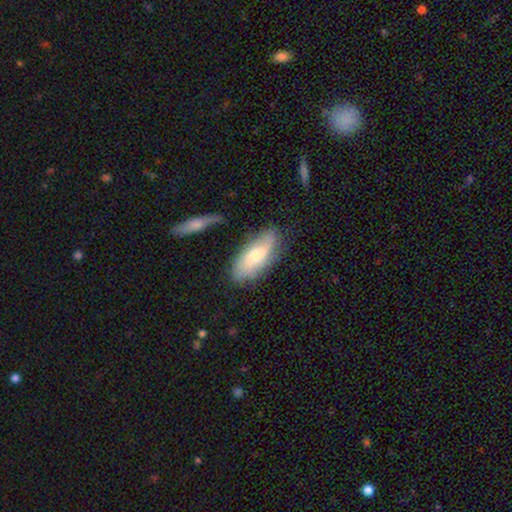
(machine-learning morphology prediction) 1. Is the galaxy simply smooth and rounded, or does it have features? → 58% smooth, 36% featured or disk, 6% star or artifact.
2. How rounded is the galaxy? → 78% in between, 20% cigar-shaped, 3% round.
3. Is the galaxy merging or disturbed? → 67% none, 22% minor disturbance, 5% major disturbance, 5% merger.